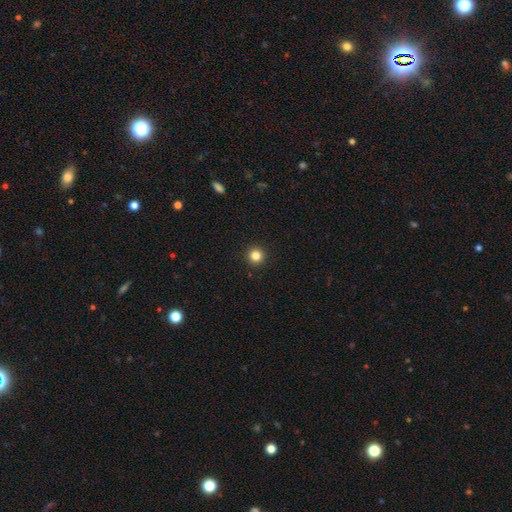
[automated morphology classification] This appears to be a smooth galaxy with no disk features (83%) that is round (96%). Merging: none (94%).